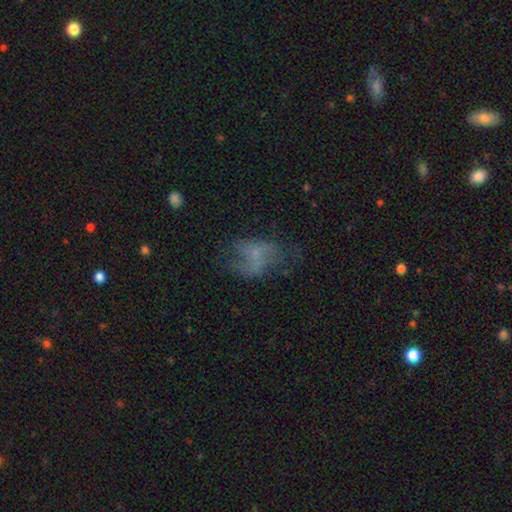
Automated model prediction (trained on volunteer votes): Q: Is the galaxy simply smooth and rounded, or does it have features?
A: featured or disk — 50%.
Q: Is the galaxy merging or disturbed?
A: none — 38%.